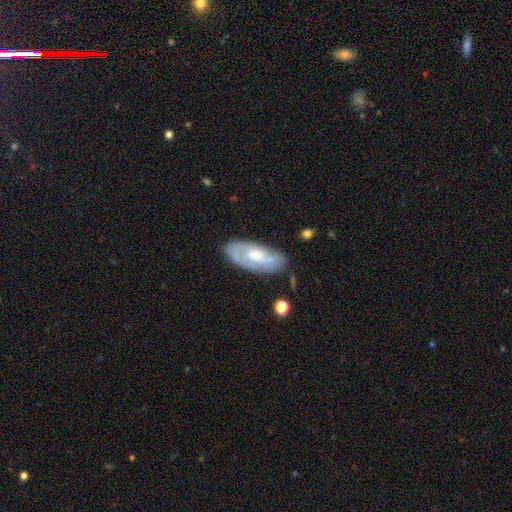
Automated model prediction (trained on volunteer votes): Morphology: type=featured or disk (61%); edge-on=no (89%); bar=no (63%); spiral arms=yes (77%); bulge=moderate (46%); merging=none (70%).